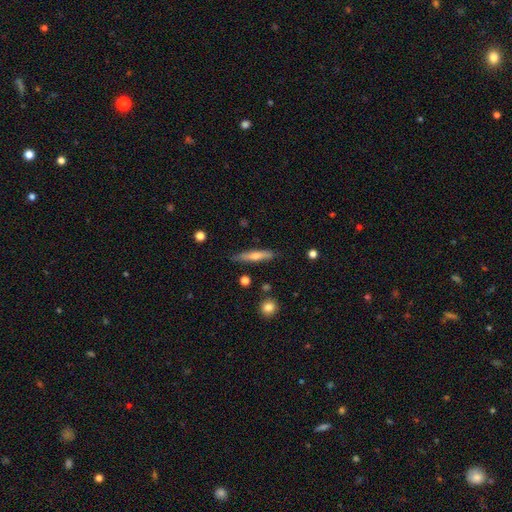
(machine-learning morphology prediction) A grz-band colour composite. It shows a smooth galaxy with no disk features (53%) that is cigar-shaped (87%). Merging: none (82%).